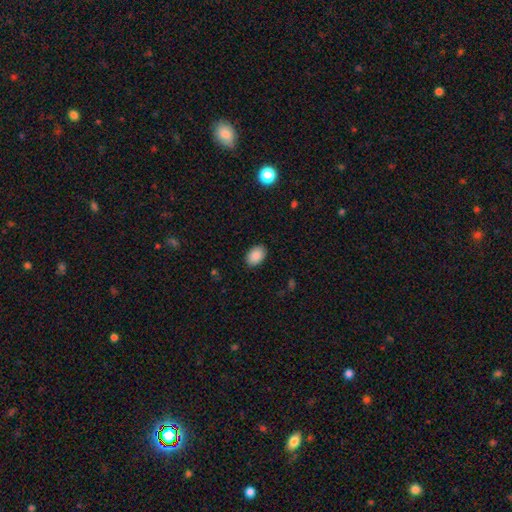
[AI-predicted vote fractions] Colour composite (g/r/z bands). It shows a smooth galaxy with no disk features (89%) that is in between round and cigar-shaped (87%). Merging: none (88%).